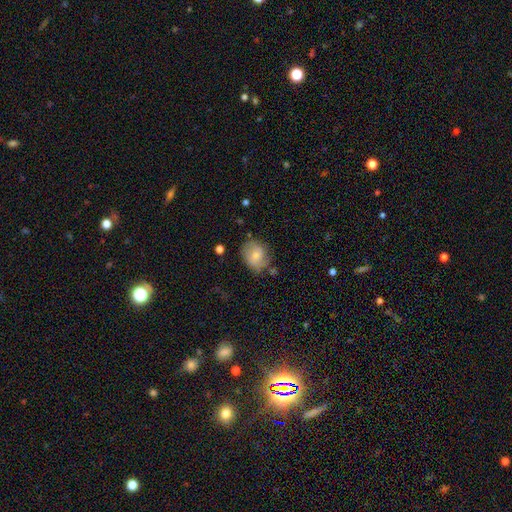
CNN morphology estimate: A smooth galaxy with no disk features (55%) that is round (62%). Merging: none (66%).